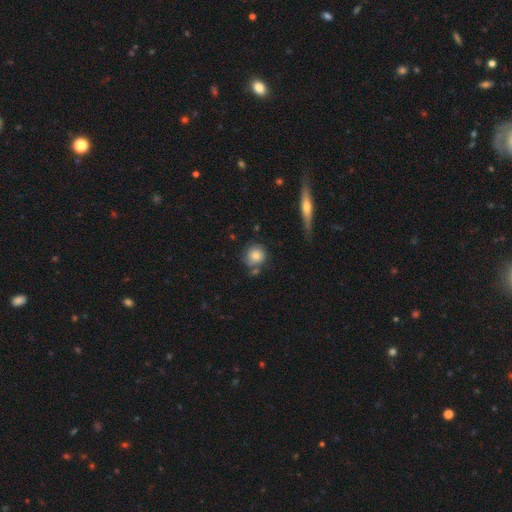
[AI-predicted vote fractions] smooth 77%, featured or disk 15%, star or artifact 8%. Down the decision tree: how rounded — round (89%); merging — none (63%).